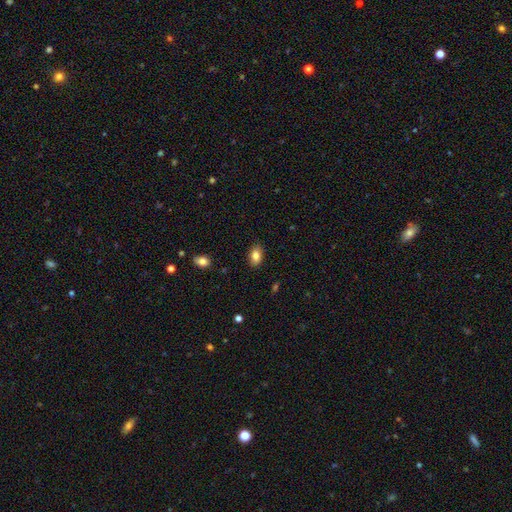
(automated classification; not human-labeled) smooth-or-featured: smooth: 83% | featured or disk: 8% | star or artifact: 8%
  how-rounded: in between: 88% | round: 9% | cigar-shaped: 2%
  merging: none: 87% | minor disturbance: 10% | major disturbance: 2% | merger: 1%